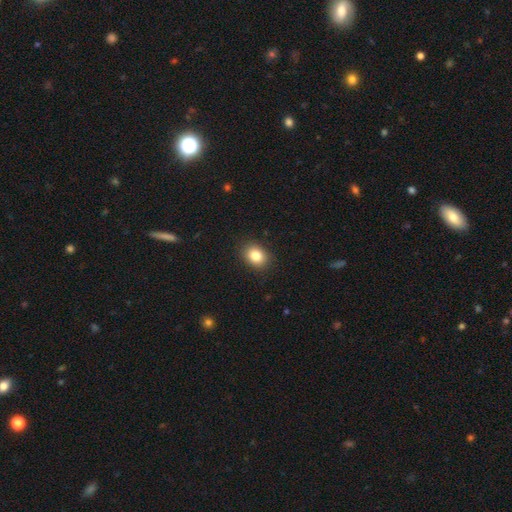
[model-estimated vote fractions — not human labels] Q: Smooth or featured?
A: smooth (83%); runner-up: star or artifact (10%)
Q: How rounded?
A: in between (54%); runner-up: round (45%)
Q: Merging?
A: none (89%); runner-up: minor disturbance (8%)